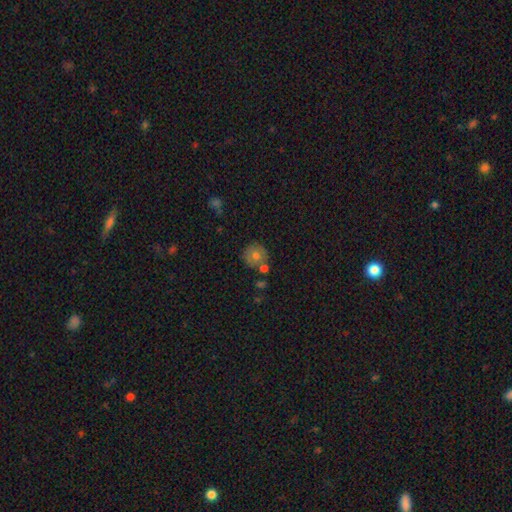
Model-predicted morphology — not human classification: Smooth or featured: smooth — 70% (featured or disk — 20%)
How rounded: round — 91% (in between — 8%)
Merging: none — 67% (merger — 17%)